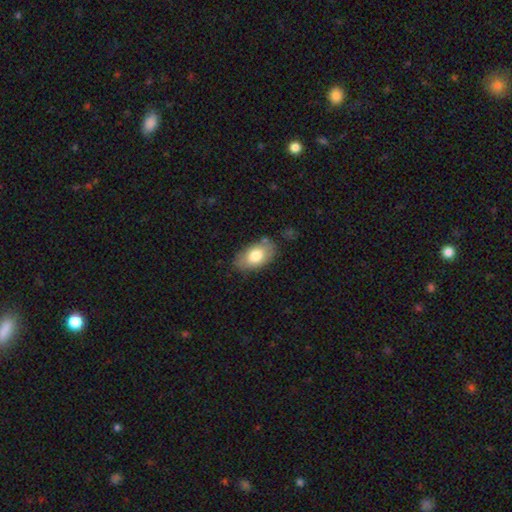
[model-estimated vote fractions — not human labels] Overall: smooth (76%). How rounded: in between (92%). Merging: none (75%).